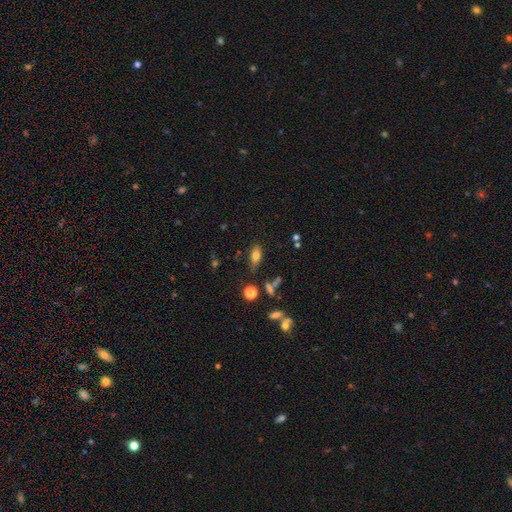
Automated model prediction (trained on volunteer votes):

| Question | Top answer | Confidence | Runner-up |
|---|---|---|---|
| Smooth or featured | smooth | 75% | featured or disk (13%) |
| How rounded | in between | 81% | cigar-shaped (15%) |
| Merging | none | 75% | minor disturbance (16%) |